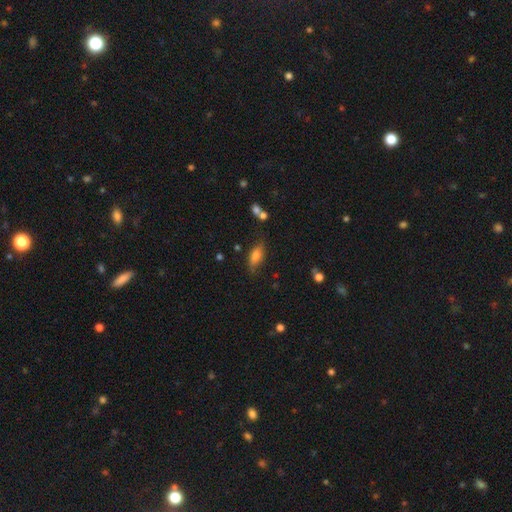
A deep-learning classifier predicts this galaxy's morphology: smooth_or_featured: smooth (p=0.73) [alt: featured or disk p=0.19]
how_rounded: in between (p=0.79) [alt: cigar-shaped p=0.17]
merging: none (p=0.71) [alt: minor disturbance p=0.20]